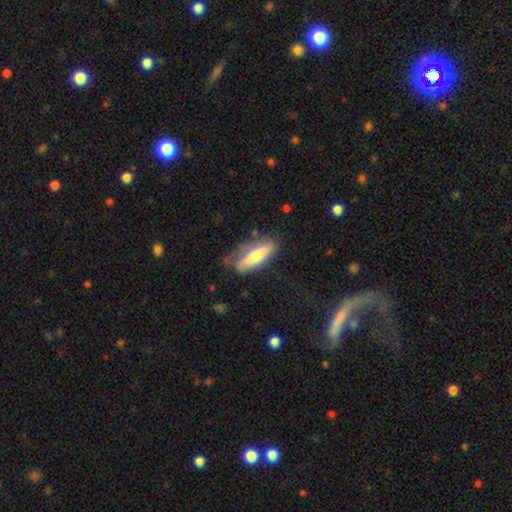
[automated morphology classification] A smooth galaxy with no disk features (58%) that is in between round and cigar-shaped (60%).

Vote fractions:
- Smooth or featured? smooth: 58% / featured or disk: 36% / star or artifact: 6%
- How rounded? in between: 60% / cigar-shaped: 38% / round: 2%
- Merging? none: 57% / minor disturbance: 28% / major disturbance: 13% / merger: 2%